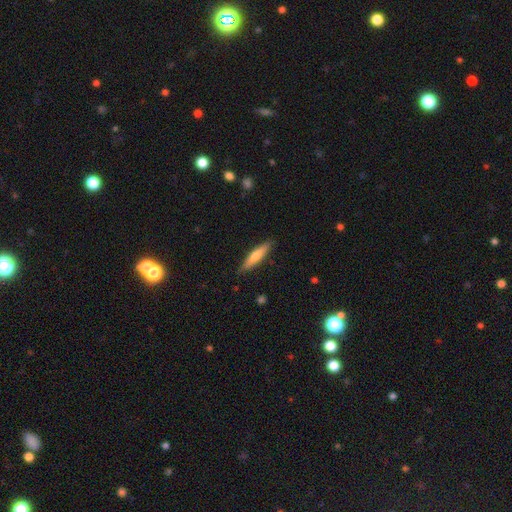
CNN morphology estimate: Q: Smooth or featured?
A: smooth (57%); runner-up: featured or disk (37%)
Q: How rounded?
A: cigar-shaped (86%); runner-up: in between (12%)
Q: Merging?
A: none (87%); runner-up: minor disturbance (10%)